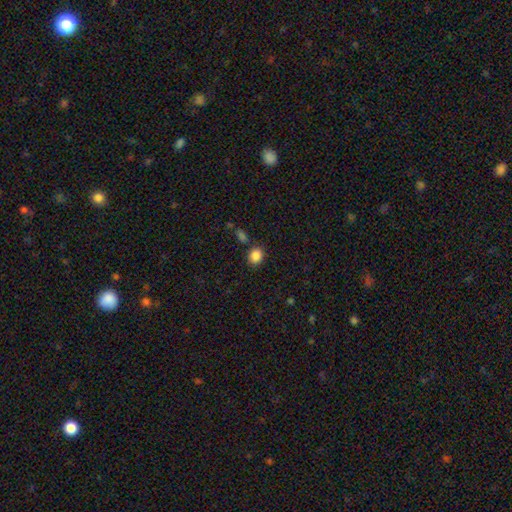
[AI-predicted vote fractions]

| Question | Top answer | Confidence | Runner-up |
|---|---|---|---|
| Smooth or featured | smooth | 86% | star or artifact (10%) |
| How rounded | round | 61% | in between (38%) |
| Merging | none | 79% | minor disturbance (11%) |